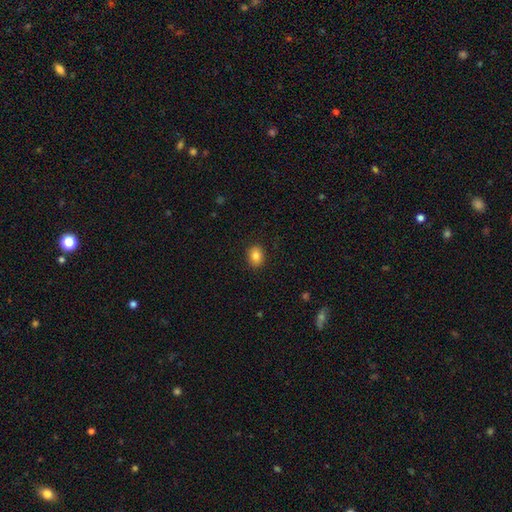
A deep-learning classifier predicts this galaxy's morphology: This appears to be a smooth galaxy with no disk features (84%) that is in between round and cigar-shaped (60%). Merging: none (89%).